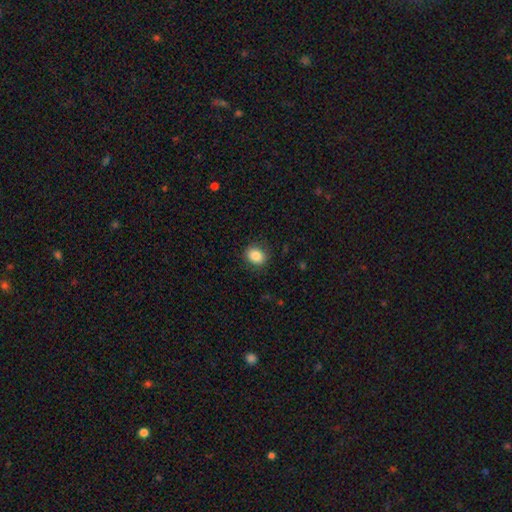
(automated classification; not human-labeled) This is clearly a smooth galaxy (85%). How rounded: possibly round (52%). Merging: clearly none (87%).